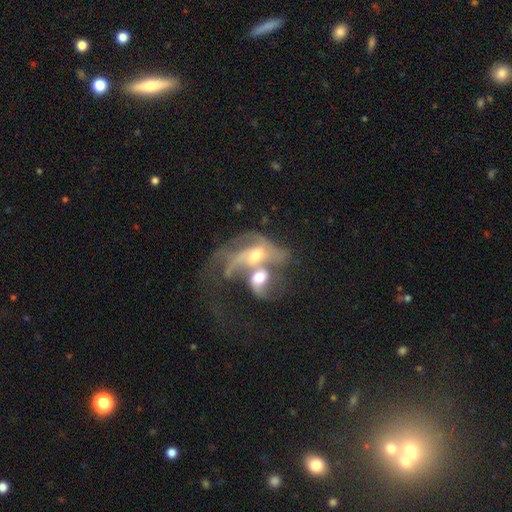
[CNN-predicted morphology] This appears to be a featured or disk galaxy (68%) with no bar (62%), spiral arms (61%) and a moderate central bulge (53%). Merging: merger (56%).